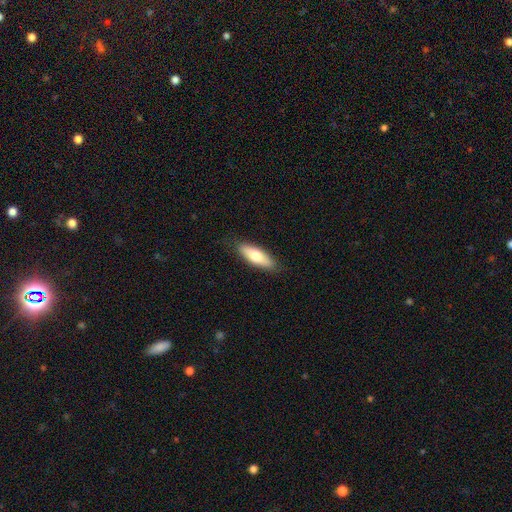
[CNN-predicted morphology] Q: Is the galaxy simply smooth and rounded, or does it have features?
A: smooth — 68%.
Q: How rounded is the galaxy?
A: in between — 56%.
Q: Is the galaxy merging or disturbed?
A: none — 86%.